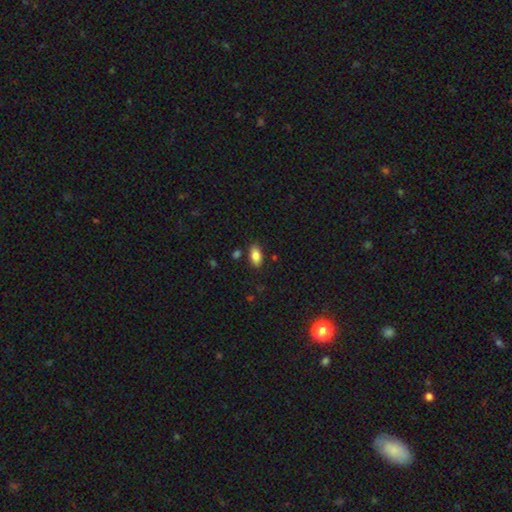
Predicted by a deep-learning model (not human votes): Smooth or featured: smooth — 85% (star or artifact — 8%)
How rounded: in between — 91% (cigar-shaped — 5%)
Merging: none — 85% (minor disturbance — 10%)